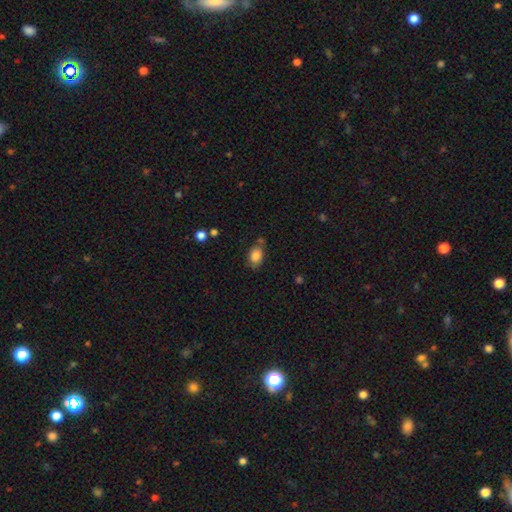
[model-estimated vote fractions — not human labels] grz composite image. It shows a smooth galaxy with no disk features (84%) that is in between round and cigar-shaped (82%). Merging: none (66%).